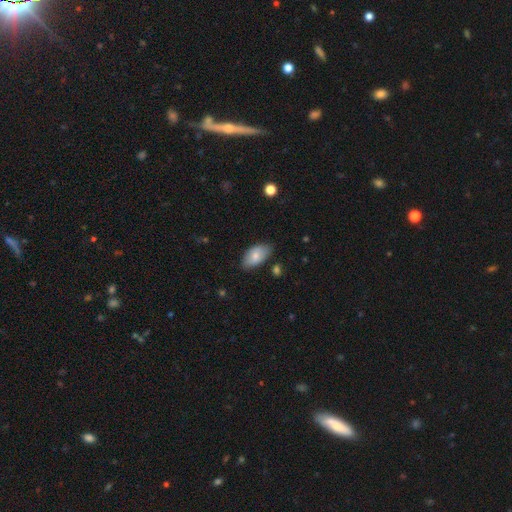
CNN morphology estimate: The model was most divided on "merging": none: 76%, minor disturbance: 19%, major disturbance: 3%, merger: 2%. More confident: how rounded — in between (94%); smooth or featured — smooth (75%).